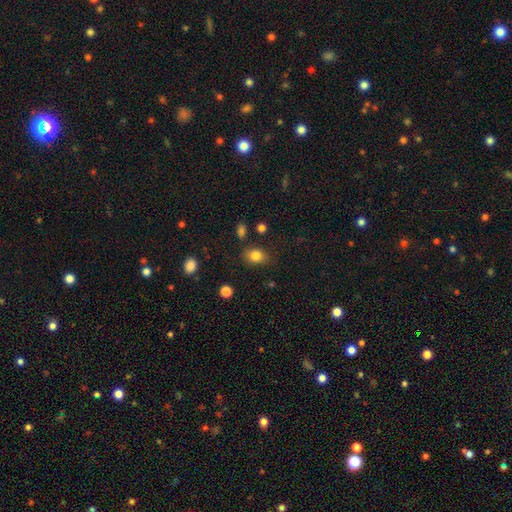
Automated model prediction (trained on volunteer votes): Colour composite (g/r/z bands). It shows a smooth galaxy with no disk features (82%) that is in between round and cigar-shaped (68%). Merging: none (79%).